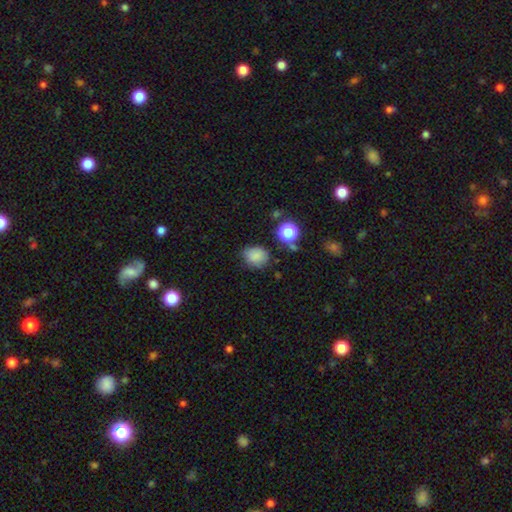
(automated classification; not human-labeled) smooth 82%, star or artifact 12%, featured or disk 5%. Down the decision tree: how rounded — round (56%); merging — none (74%).